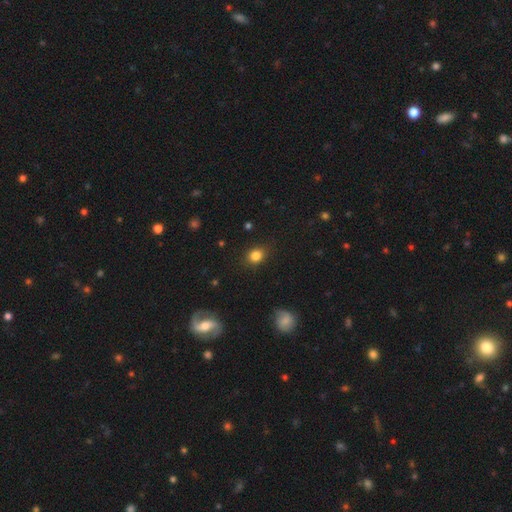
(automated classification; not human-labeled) This appears to be a smooth galaxy with no disk features (84%) that is round (60%). Merging: none (84%).